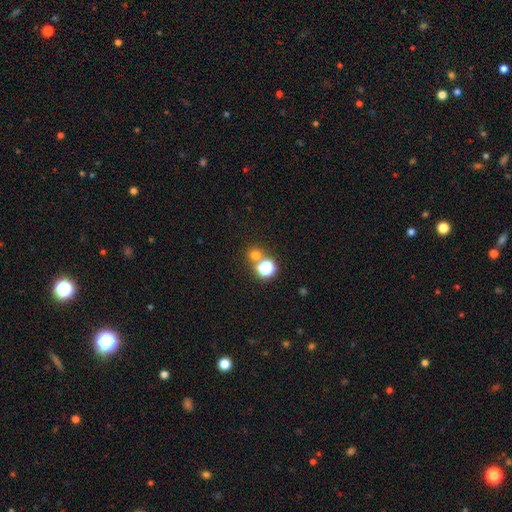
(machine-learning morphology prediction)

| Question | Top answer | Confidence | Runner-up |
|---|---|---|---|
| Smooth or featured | smooth | 66% | star or artifact (26%) |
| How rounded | round | 88% | in between (10%) |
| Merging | none | 64% | merger (26%) |